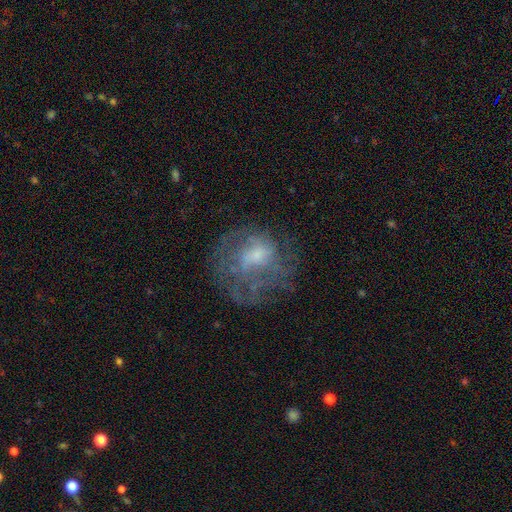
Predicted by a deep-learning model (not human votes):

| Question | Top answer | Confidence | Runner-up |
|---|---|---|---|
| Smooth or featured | featured or disk | 58% | smooth (29%) |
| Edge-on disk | no | 97% | yes (3%) |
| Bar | no | 64% | weak (31%) |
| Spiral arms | no | 55% | yes (45%) |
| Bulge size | small | 41% | moderate (35%) |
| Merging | none | 54% | major disturbance (26%) |